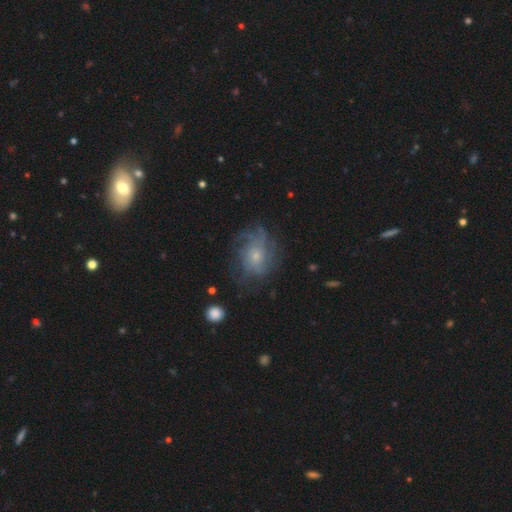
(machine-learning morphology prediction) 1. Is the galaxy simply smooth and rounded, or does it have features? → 67% featured or disk, 23% smooth, 10% star or artifact.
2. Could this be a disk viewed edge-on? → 97% no, 3% yes.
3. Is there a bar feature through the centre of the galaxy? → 80% no, 17% weak, 2% strong.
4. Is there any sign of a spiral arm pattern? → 85% yes, 15% no.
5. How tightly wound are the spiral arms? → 44% tight, 36% medium, 21% loose.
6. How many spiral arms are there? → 47% can't tell, 16% 4, 14% 3, 10% 2, 8% more than 4, 6% 1.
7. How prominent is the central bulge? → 65% small, 29% moderate, 3% none, 2% large, 1% dominant.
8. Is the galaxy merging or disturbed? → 62% none, 21% minor disturbance, 15% major disturbance, 2% merger.